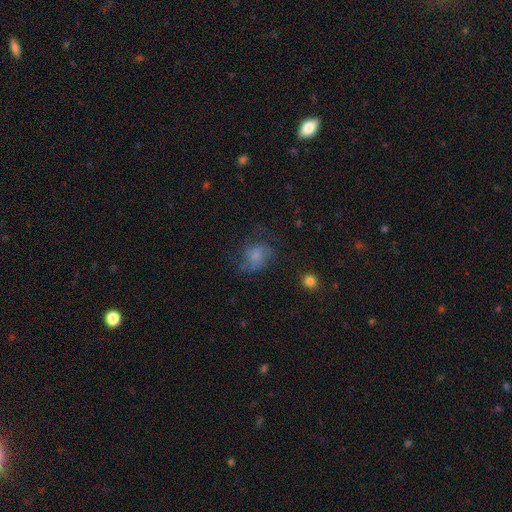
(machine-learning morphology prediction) Smooth or featured? Predicted: smooth (p=0.54). How rounded? Predicted: round (p=0.54). Merging? Predicted: none (p=0.49).